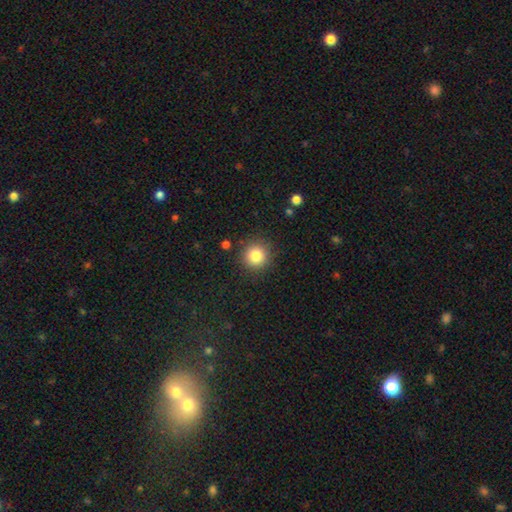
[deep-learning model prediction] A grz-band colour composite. It shows a smooth galaxy with no disk features (83%) that is round (93%). Merging: none (88%).